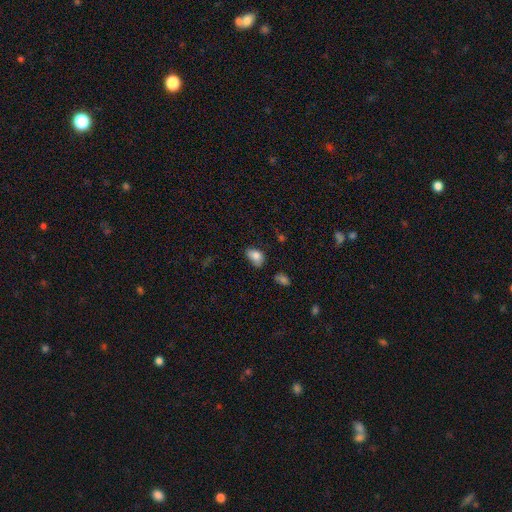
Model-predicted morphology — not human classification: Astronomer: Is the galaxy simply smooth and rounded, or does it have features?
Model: smooth — 83%.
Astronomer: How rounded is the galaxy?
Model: in between — 88%.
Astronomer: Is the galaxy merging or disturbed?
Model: none — 58%.